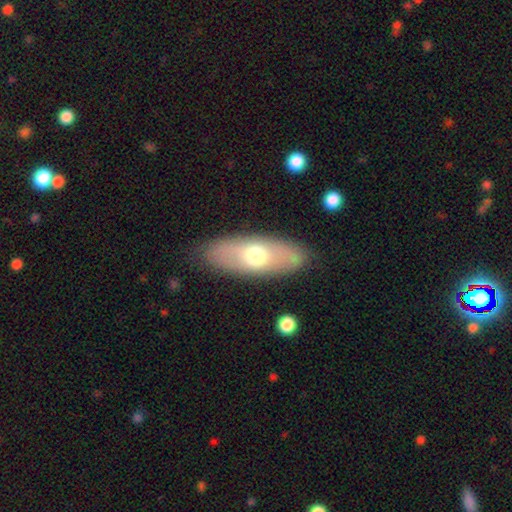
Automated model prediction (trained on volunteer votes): This is possibly a smooth galaxy (58%). How rounded: likely in between (79%). Merging: clearly none (85%).